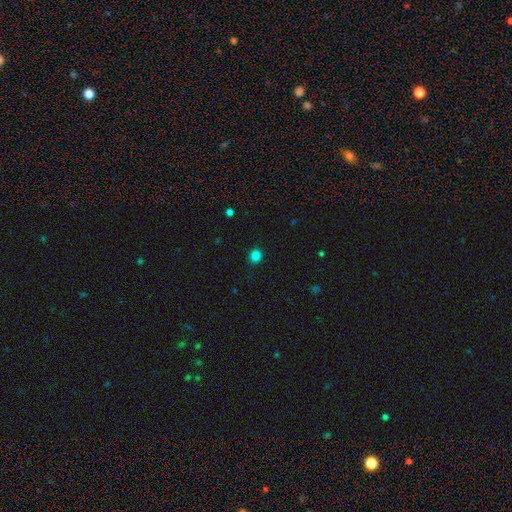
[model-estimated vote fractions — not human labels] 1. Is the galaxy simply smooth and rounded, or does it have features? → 83% smooth, 14% star or artifact, 3% featured or disk.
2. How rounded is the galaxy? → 83% round, 16% in between, 1% cigar-shaped.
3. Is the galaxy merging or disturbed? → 87% none, 9% minor disturbance, 2% major disturbance, 1% merger.